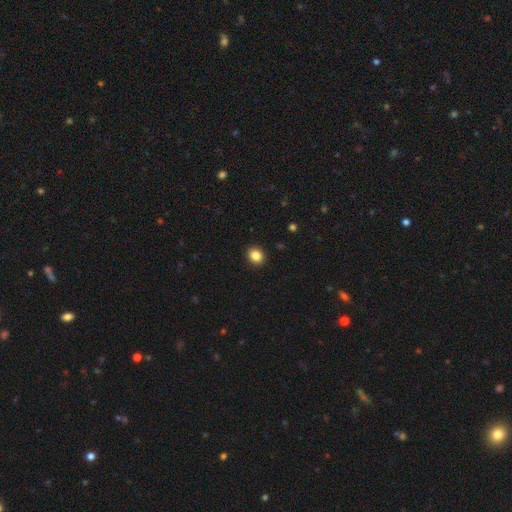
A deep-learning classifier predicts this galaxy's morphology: type=smooth (86%); roundness=round (73%); merging=none (92%).